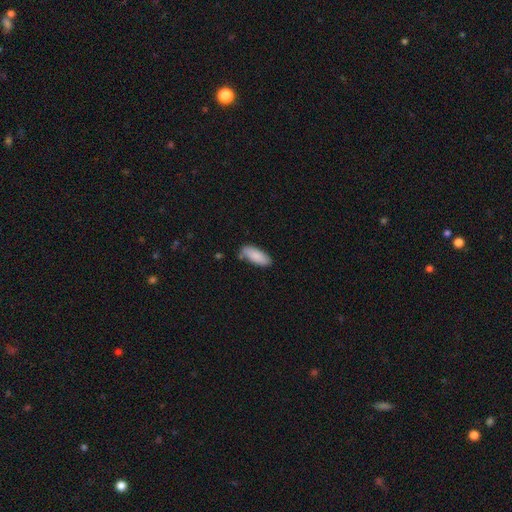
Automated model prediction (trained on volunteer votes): The model was most divided on "merging": none: 75%, minor disturbance: 18%, merger: 4%, major disturbance: 3%. More confident: smooth or featured — smooth (87%); how rounded — in between (78%).